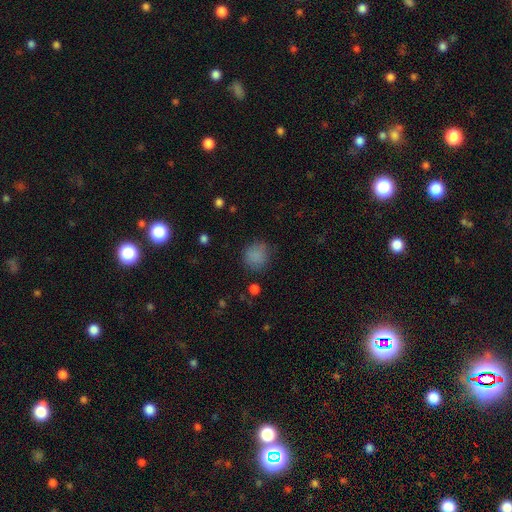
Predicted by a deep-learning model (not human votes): Q: Smooth or featured?
A: smooth (82%); runner-up: star or artifact (12%)
Q: How rounded?
A: round (85%); runner-up: in between (14%)
Q: Merging?
A: none (73%); runner-up: minor disturbance (19%)